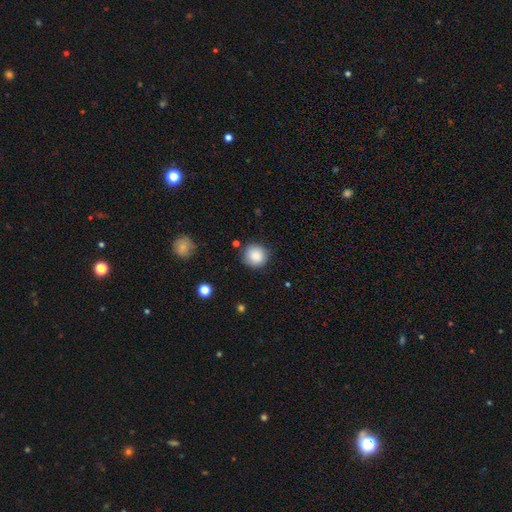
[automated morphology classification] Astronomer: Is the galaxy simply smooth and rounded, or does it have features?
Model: smooth — 87%.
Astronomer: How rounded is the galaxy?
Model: round — 92%.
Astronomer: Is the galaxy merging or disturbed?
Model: none — 84%.